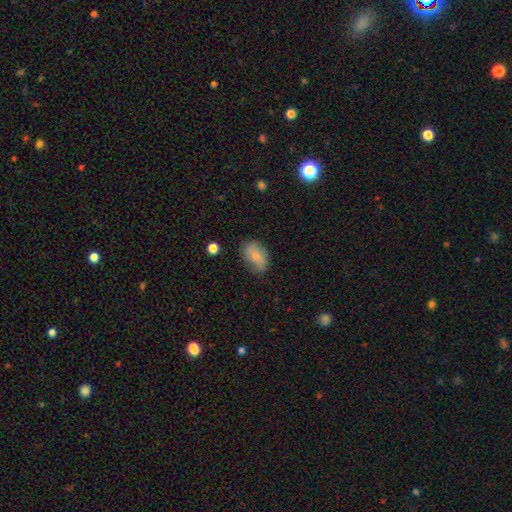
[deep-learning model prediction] A smooth galaxy with no disk features (75%) that is in between round and cigar-shaped (85%).

Vote fractions:
- Smooth or featured? smooth: 75% / featured or disk: 17% / star or artifact: 8%
- How rounded? in between: 85% / round: 13% / cigar-shaped: 2%
- Merging? none: 69% / minor disturbance: 24% / major disturbance: 6% / merger: 2%